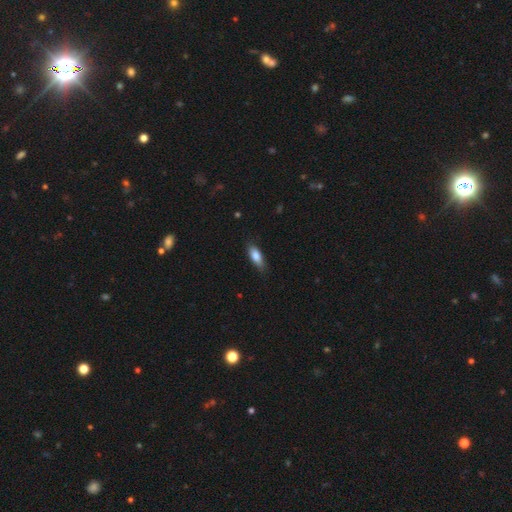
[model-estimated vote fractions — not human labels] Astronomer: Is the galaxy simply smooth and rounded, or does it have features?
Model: smooth — 81%.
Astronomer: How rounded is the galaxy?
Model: in between — 71%.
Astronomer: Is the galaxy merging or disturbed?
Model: none — 78%.